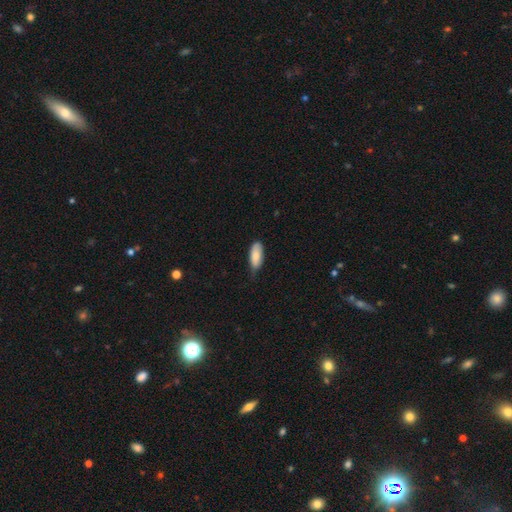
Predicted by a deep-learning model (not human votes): Overall: smooth (83%). How rounded: in between (84%). Merging: none (55%; minor disturbance 38%).